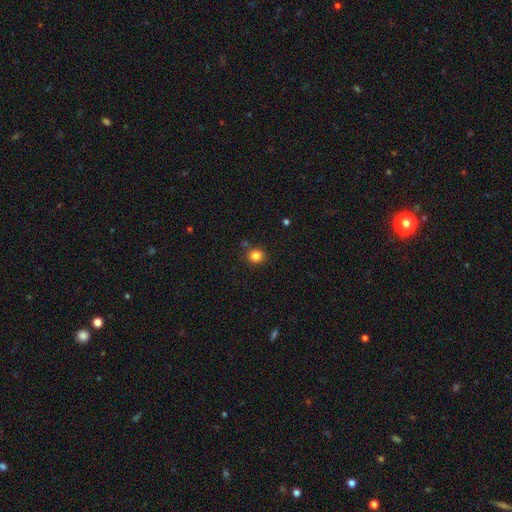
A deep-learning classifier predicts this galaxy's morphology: Smooth or featured: smooth — 83% (star or artifact — 12%)
How rounded: round — 86% (in between — 13%)
Merging: none — 85% (minor disturbance — 8%)